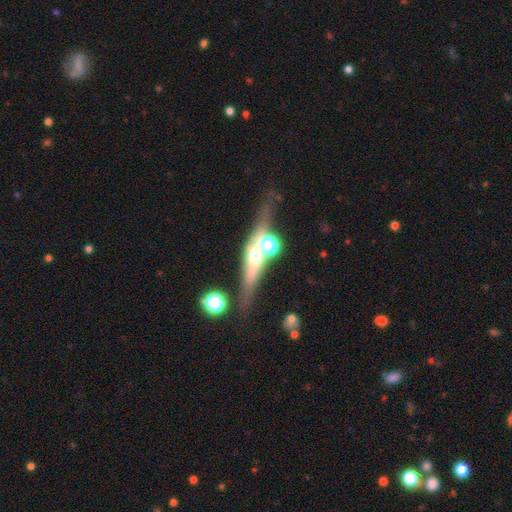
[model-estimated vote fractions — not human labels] A featured or disk galaxy (67%) viewed edge-on (89%) with a rounded central bulge (92%).

Vote fractions:
- Smooth or featured? featured or disk: 67% / smooth: 22% / star or artifact: 11%
- Edge-on disk? yes: 89% / no: 11%
- Edge-on bulge? rounded: 92% / boxy: 5% / none: 3%
- Merging? none: 65% / merger: 16% / minor disturbance: 13% / major disturbance: 6%